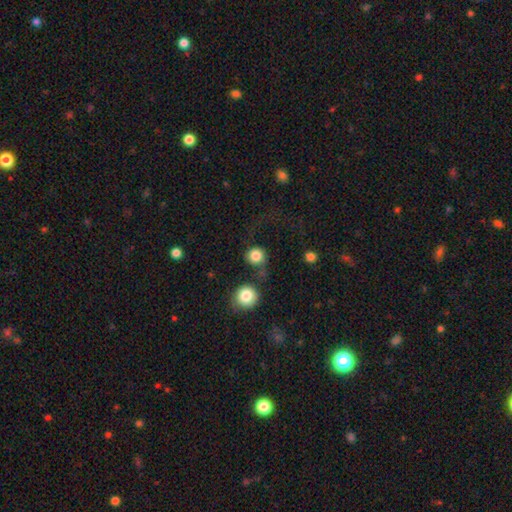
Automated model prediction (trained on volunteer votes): smooth_or_featured: smooth (p=0.84) [alt: star or artifact p=0.09]
how_rounded: round (p=0.92) [alt: in between p=0.07]
merging: none (p=0.57) [alt: merger p=0.19]